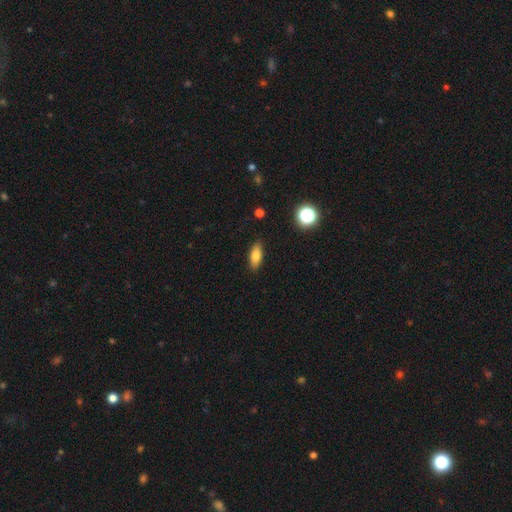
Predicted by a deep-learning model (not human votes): smooth-or-featured: smooth: 80% | featured or disk: 12% | star or artifact: 9%
  how-rounded: in between: 77% | cigar-shaped: 19% | round: 4%
  merging: none: 88% | minor disturbance: 9% | major disturbance: 2% | merger: 1%